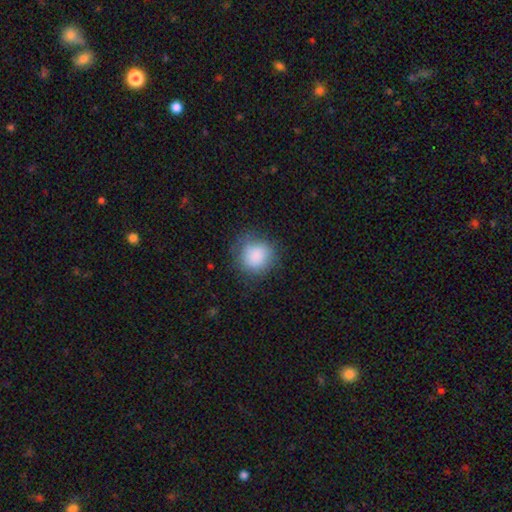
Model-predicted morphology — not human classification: Smooth or featured? Predicted: smooth (p=0.86). How rounded? Predicted: round (p=0.83). Merging? Predicted: none (p=0.74).